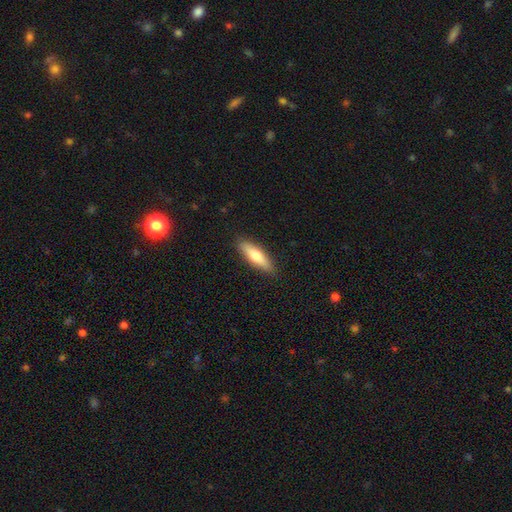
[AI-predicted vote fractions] Morphology: type=smooth (70%); roundness=cigar-shaped (61%); merging=none (88%).